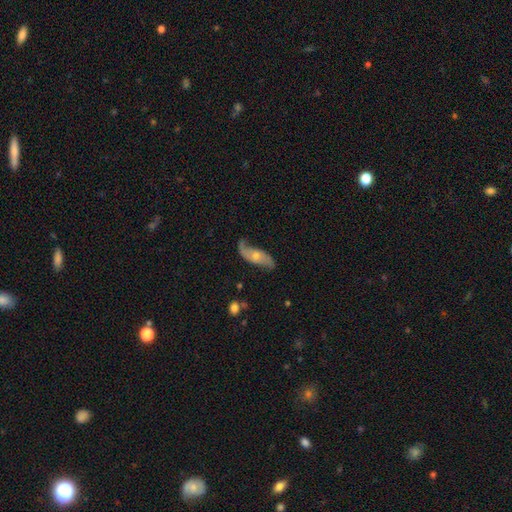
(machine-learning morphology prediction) Smooth or featured? Predicted: featured or disk (p=0.74). Edge-on disk? Predicted: no (p=0.88). Bar? Predicted: no (p=0.70). Spiral arms? Predicted: yes (p=0.91). Spiral winding? Predicted: loose (p=0.66). Spiral arm count? Predicted: 2 (p=0.85). Bulge size? Predicted: small (p=0.48). Merging? Predicted: none (p=0.64).